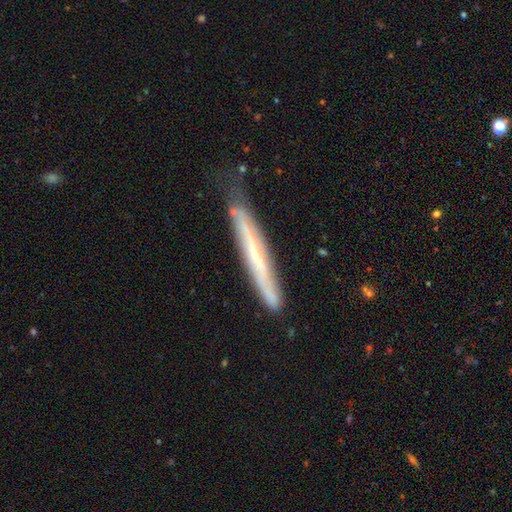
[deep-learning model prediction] This is possibly a featured or disk galaxy (58%). It is clearly viewed edge-on (85%). Merging: likely none (69%).